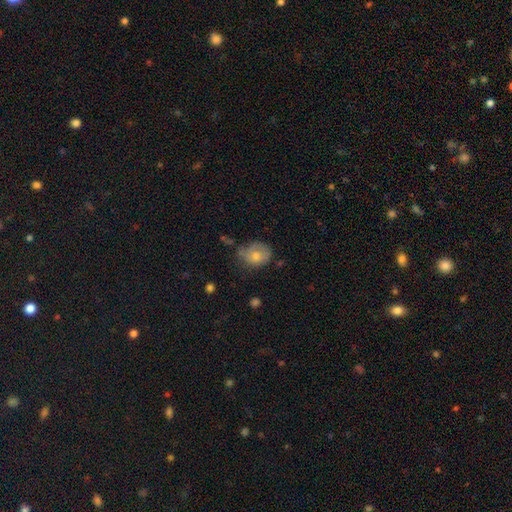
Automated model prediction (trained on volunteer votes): Smooth or featured? smooth (70%)
How rounded? in between (52%)
Merging? none (39%)